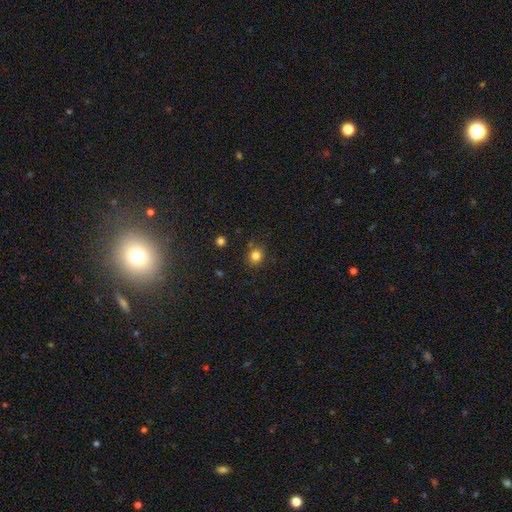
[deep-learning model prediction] This appears to be a smooth galaxy with no disk features (81%) that is round (75%). Merging: none (82%).